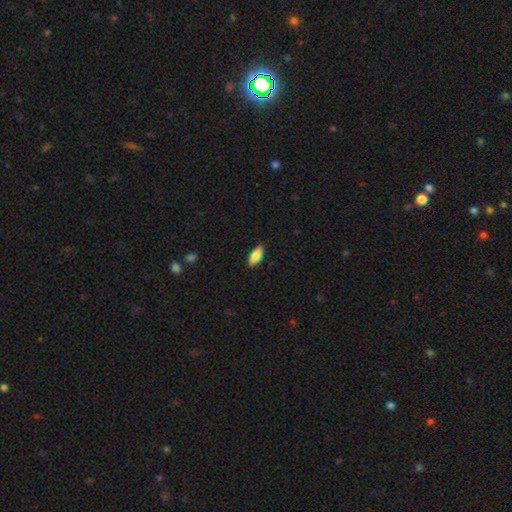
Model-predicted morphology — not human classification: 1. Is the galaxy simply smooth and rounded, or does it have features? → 86% smooth, 8% featured or disk, 6% star or artifact.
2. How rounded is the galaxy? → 82% in between, 16% cigar-shaped, 2% round.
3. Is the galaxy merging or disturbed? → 85% none, 12% minor disturbance, 2% major disturbance, 1% merger.